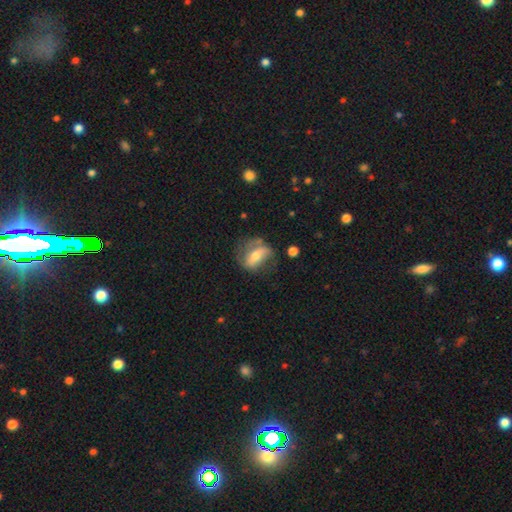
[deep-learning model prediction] smooth-or-featured: featured or disk: 54% | smooth: 37% | star or artifact: 8%
  disk-edge-on: no: 90% | yes: 10%
  merging: none: 48% | minor disturbance: 27% | major disturbance: 22% | merger: 3%